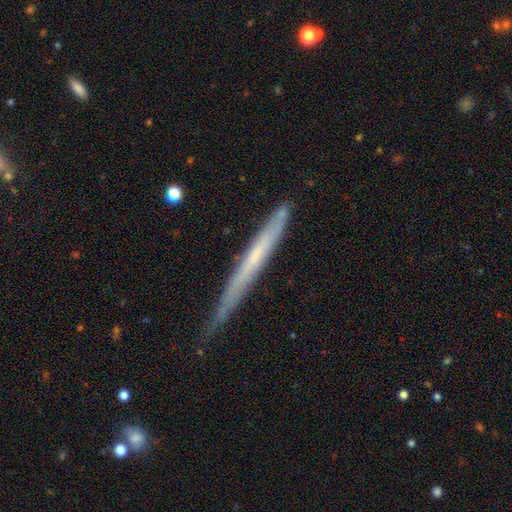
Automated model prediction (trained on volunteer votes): This is possibly a featured or disk galaxy (56%). It is clearly viewed edge-on (93%). Edge-on bulge: clearly none (83%). Merging: likely none (62%).